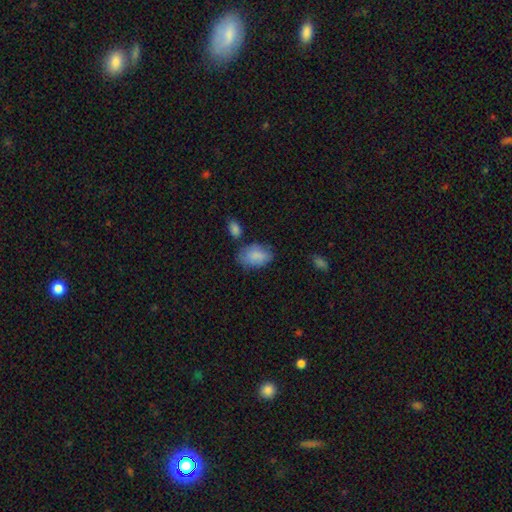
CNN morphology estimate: smooth_or_featured: smooth (p=0.83) [alt: featured or disk p=0.10]
how_rounded: in between (p=0.90) [alt: round p=0.09]
merging: none (p=0.61) [alt: minor disturbance p=0.23]